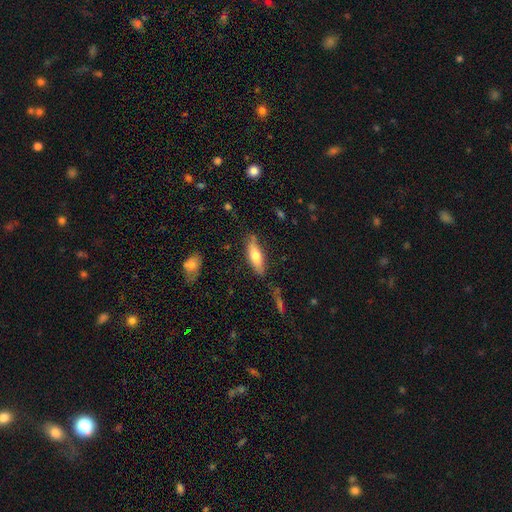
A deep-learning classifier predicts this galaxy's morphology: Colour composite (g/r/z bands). It shows a smooth galaxy with no disk features (61%) that is cigar-shaped (50%). Merging: none (77%).